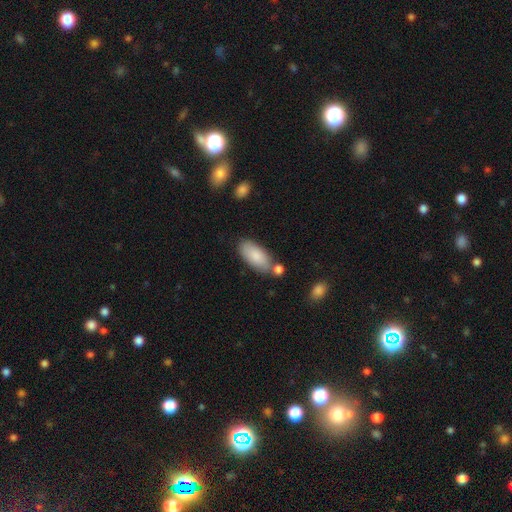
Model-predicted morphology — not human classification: smooth_or_featured: smooth (p=0.85) [alt: featured or disk p=0.10]
how_rounded: in between (p=0.89) [alt: cigar-shaped p=0.09]
merging: none (p=0.69) [alt: minor disturbance p=0.15]